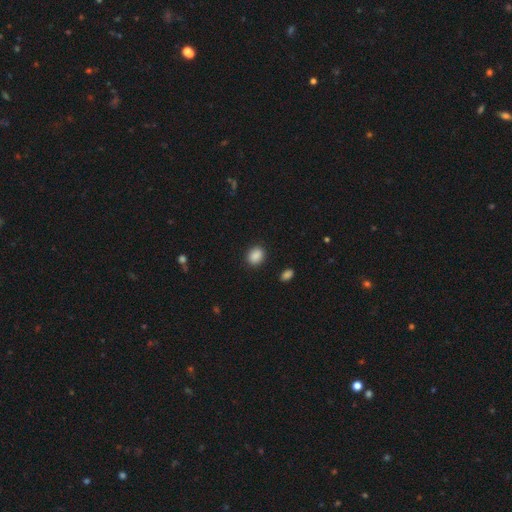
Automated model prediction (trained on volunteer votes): This is clearly a smooth galaxy (89%). How rounded: possibly in between (55%). Merging: clearly none (88%).